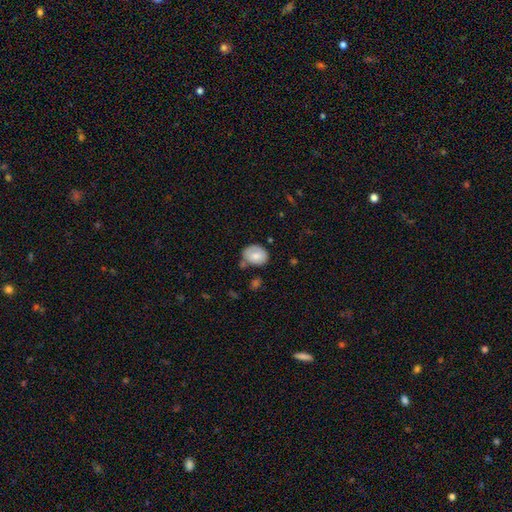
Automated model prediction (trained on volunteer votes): Smooth or featured?
  - smooth: 73% *
  - featured or disk: 19%
  - star or artifact: 7%
How rounded?
  - round: 50% *
  - in between: 49%
  - cigar-shaped: 1%
Merging?
  - none: 59% *
  - minor disturbance: 26%
  - merger: 8%
  - major disturbance: 7%